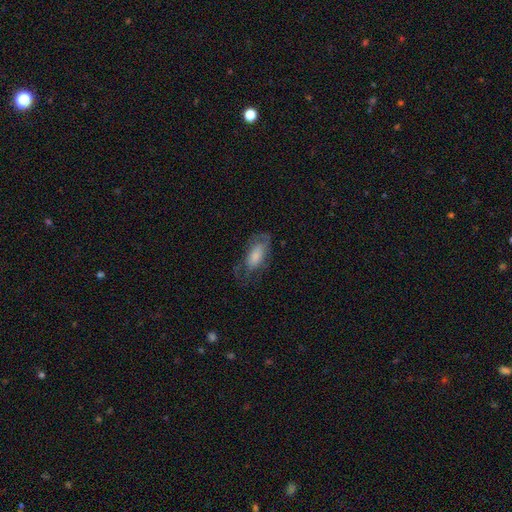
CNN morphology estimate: Smooth or featured?
  - smooth: 54% *
  - featured or disk: 39%
  - star or artifact: 7%
How rounded?
  - in between: 89% *
  - cigar-shaped: 7%
  - round: 4%
Merging?
  - none: 52% *
  - minor disturbance: 24%
  - major disturbance: 22%
  - merger: 1%